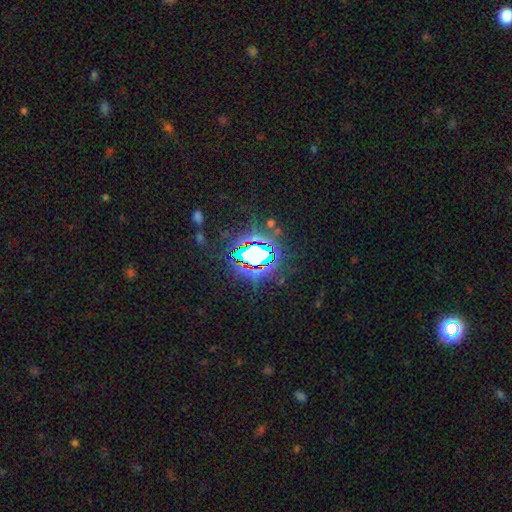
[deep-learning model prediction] smooth-or-featured: star or artifact: 77% | smooth: 12% | featured or disk: 10%